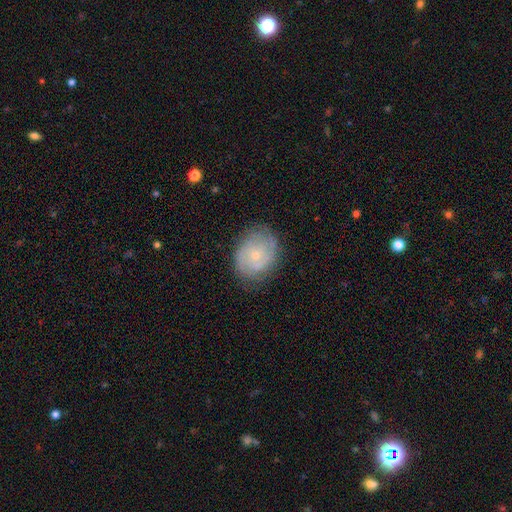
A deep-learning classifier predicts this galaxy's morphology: smooth-or-featured: featured or disk: 68% | smooth: 26% | star or artifact: 7%
  disk-edge-on: no: 97% | yes: 3%
    bar: no: 77% | weak: 20% | strong: 3%
    has-spiral-arms: yes: 86% | no: 14%
      spiral-winding: tight: 60% | medium: 30% | loose: 9%
      spiral-arm-count: 2: 39% | can't tell: 35% | 3: 12% | 1: 5% | 4: 5% | more than 4: 4%
    bulge-size: small: 74% | moderate: 22% | none: 2% | large: 1% | dominant: 1%
  merging: none: 76% | minor disturbance: 18% | major disturbance: 6% | merger: 1%